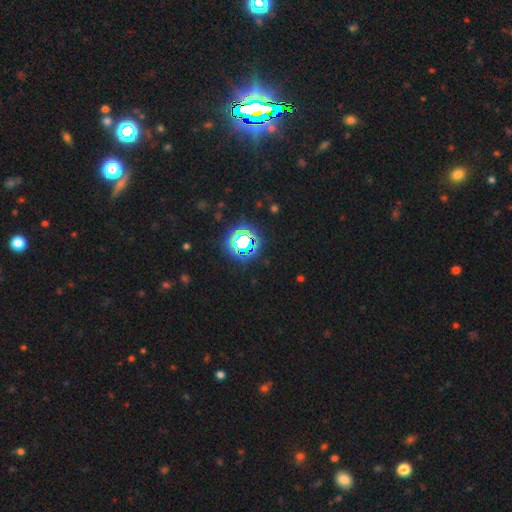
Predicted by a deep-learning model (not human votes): The model was most divided on "smooth or featured": star or artifact: 80%, smooth: 13%, featured or disk: 7%.